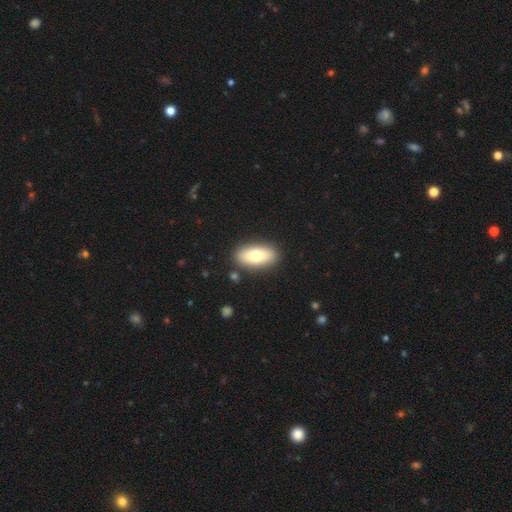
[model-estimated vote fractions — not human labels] smooth 71%, featured or disk 22%, star or artifact 7%. Down the decision tree: how rounded — in between (88%); merging — none (87%).